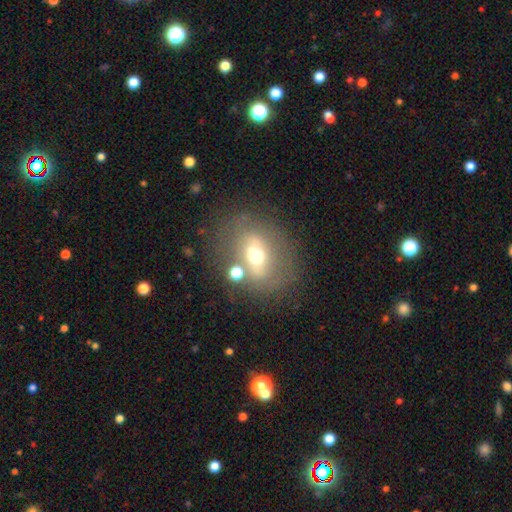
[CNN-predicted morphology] Smooth or featured?
  - featured or disk: 47% *
  - smooth: 40%
  - star or artifact: 13%
Merging?
  - none: 65% *
  - minor disturbance: 15%
  - merger: 11%
  - major disturbance: 9%